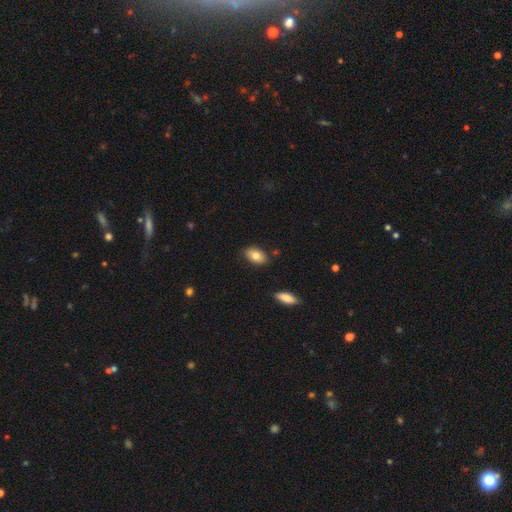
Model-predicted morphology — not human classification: smooth_or_featured: smooth (p=0.80) [alt: featured or disk p=0.12]
how_rounded: in between (p=0.91) [alt: round p=0.07]
merging: none (p=0.84) [alt: minor disturbance p=0.12]